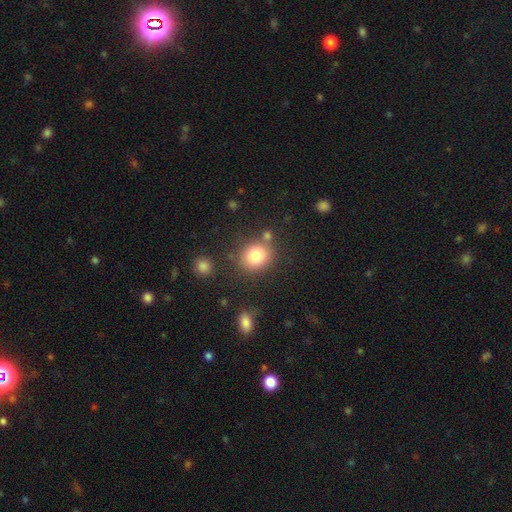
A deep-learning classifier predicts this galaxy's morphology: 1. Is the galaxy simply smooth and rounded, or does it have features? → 82% smooth, 10% star or artifact, 8% featured or disk.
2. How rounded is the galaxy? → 72% round, 27% in between, 1% cigar-shaped.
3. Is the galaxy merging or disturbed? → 75% none, 12% minor disturbance, 10% merger, 4% major disturbance.